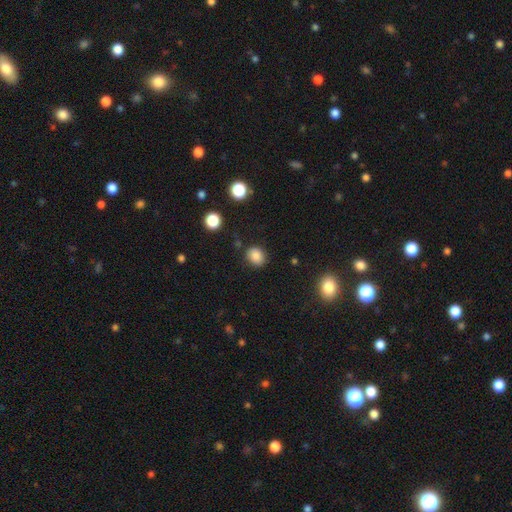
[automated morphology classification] smooth 84%, star or artifact 11%, featured or disk 5%. Down the decision tree: how rounded — round (62%); merging — none (82%).